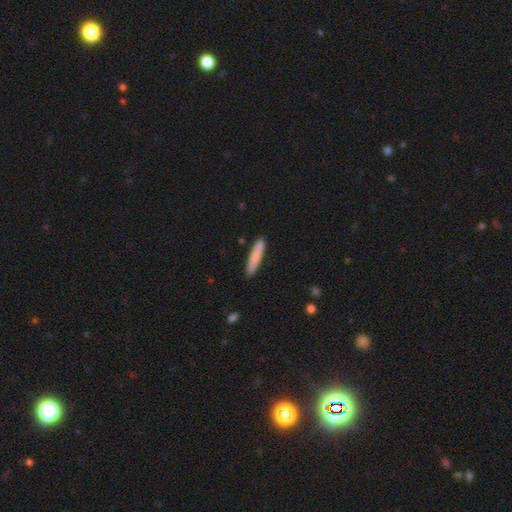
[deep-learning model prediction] smooth-or-featured: smooth: 84% | featured or disk: 11% | star or artifact: 6%
  how-rounded: cigar-shaped: 89% | in between: 10% | round: 1%
  merging: none: 88% | minor disturbance: 9% | major disturbance: 2% | merger: 1%